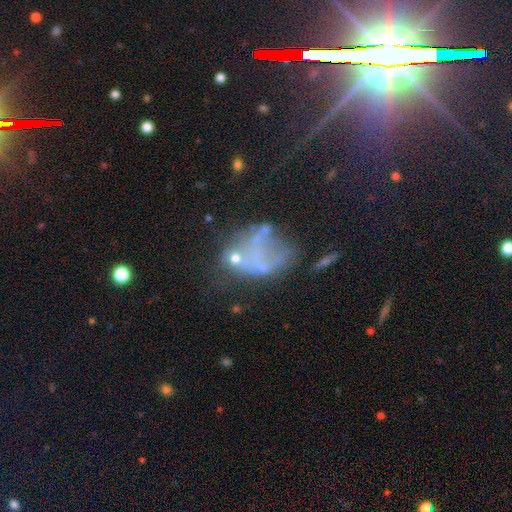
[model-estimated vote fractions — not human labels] Smooth or featured?
  - featured or disk: 47% *
  - smooth: 30%
  - star or artifact: 23%
Merging?
  - major disturbance: 34% *
  - none: 31%
  - minor disturbance: 18%
  - merger: 18%